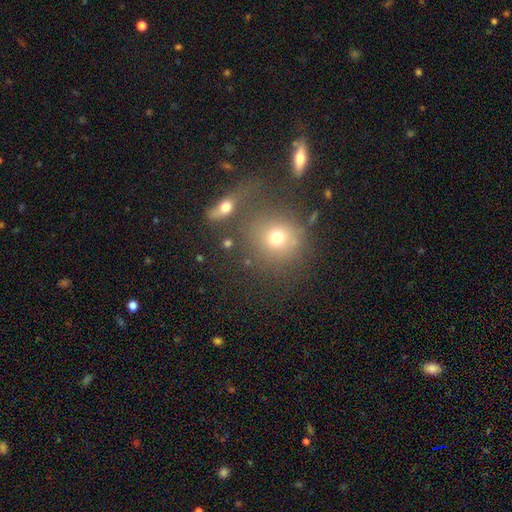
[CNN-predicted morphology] This is possibly a smooth galaxy (56%). How rounded: clearly round (88%). Merging: likely none (69%).